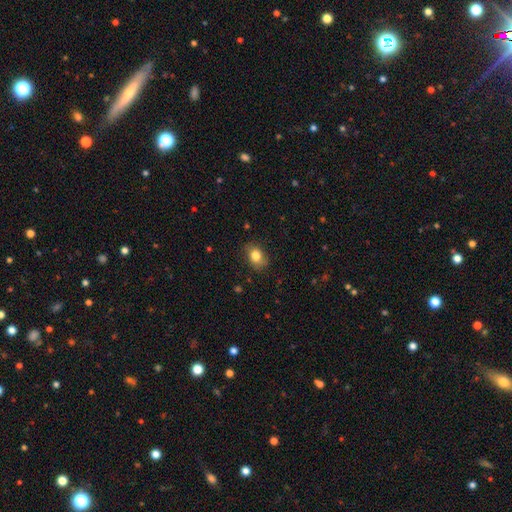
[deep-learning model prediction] Smooth or featured: smooth — 81% (featured or disk — 10%)
How rounded: in between — 65% (round — 34%)
Merging: none — 76% (minor disturbance — 18%)